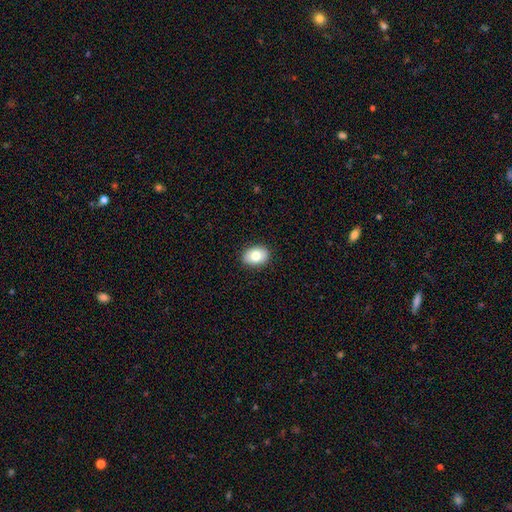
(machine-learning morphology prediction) smooth-or-featured: smooth: 79% | featured or disk: 13% | star or artifact: 8%
  how-rounded: in between: 74% | round: 25% | cigar-shaped: 1%
  merging: none: 89% | minor disturbance: 8% | major disturbance: 2% | merger: 1%